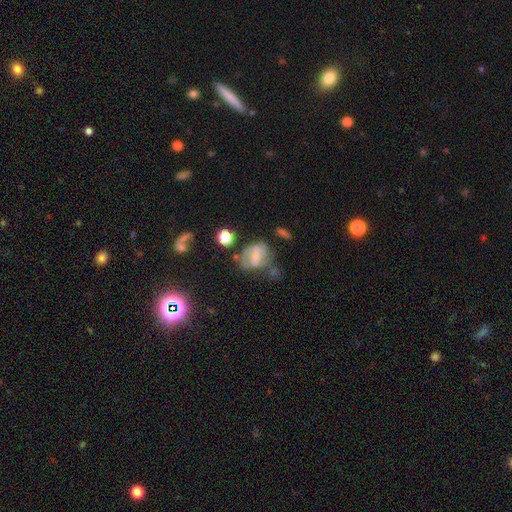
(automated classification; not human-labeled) smooth-or-featured: featured or disk: 60% | smooth: 30% | star or artifact: 10%
  disk-edge-on: no: 97% | yes: 3%
    bar: weak: 46% | no: 29% | strong: 25%
    has-spiral-arms: yes: 80% | no: 20%
    bulge-size: small: 42% | none: 34% | moderate: 19% | large: 4% | dominant: 1%
  merging: none: 43% | minor disturbance: 24% | major disturbance: 23% | merger: 11%